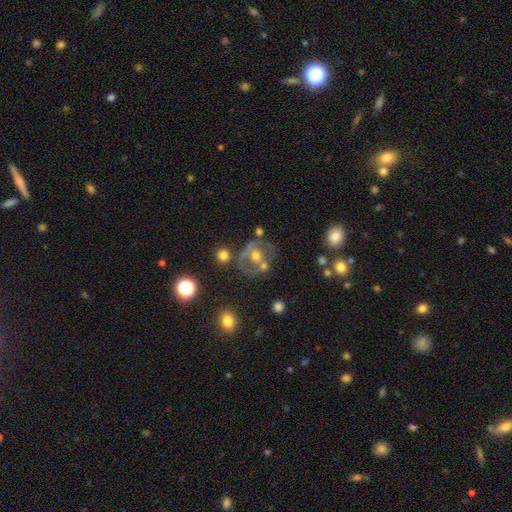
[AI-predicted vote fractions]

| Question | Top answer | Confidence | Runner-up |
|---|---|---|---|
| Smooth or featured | featured or disk | 54% | smooth (34%) |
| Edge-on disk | no | 96% | yes (4%) |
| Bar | no | 73% | weak (19%) |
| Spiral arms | no | 76% | yes (24%) |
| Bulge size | moderate | 66% | small (20%) |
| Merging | none | 46% | merger (20%) |